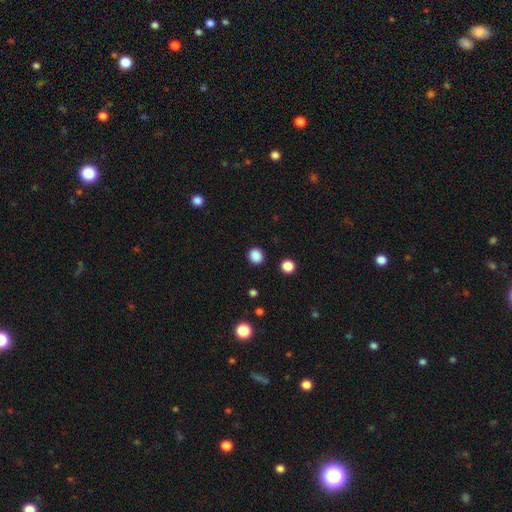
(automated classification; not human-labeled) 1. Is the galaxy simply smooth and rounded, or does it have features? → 86% smooth, 11% star or artifact, 3% featured or disk.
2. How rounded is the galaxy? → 88% round, 11% in between, 1% cigar-shaped.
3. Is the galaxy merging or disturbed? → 91% none, 6% minor disturbance, 2% major disturbance, 1% merger.